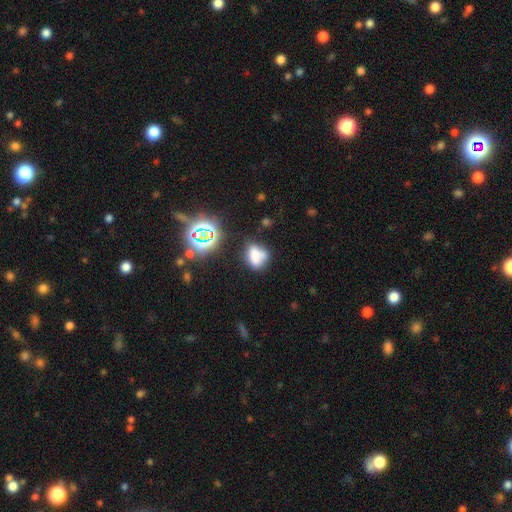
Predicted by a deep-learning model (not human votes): smooth_or_featured: smooth (p=0.62) [alt: star or artifact p=0.20]
how_rounded: in between (p=0.67) [alt: round p=0.29]
merging: none (p=0.41) [alt: minor disturbance p=0.24]